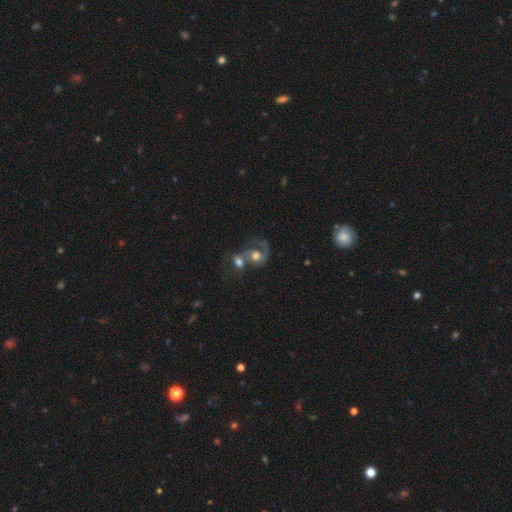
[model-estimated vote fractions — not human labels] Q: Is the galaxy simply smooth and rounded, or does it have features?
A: featured or disk — 66%.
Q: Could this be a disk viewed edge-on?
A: no — 97%.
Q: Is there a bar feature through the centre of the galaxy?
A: no — 70%.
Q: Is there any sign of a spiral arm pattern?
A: yes — 79%.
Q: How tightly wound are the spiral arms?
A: medium — 44%.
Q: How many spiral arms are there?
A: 2 — 47%.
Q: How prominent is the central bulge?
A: moderate — 60%.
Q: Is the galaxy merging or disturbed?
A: merger — 61%.